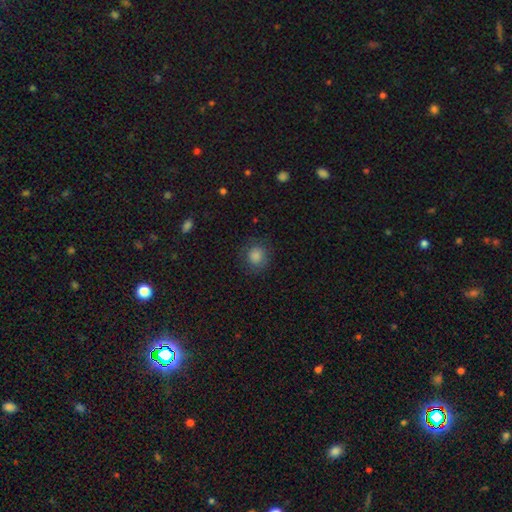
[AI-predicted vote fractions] smooth_or_featured: smooth (p=0.80) [alt: star or artifact p=0.13]
how_rounded: round (p=0.85) [alt: in between p=0.14]
merging: none (p=0.83) [alt: minor disturbance p=0.11]